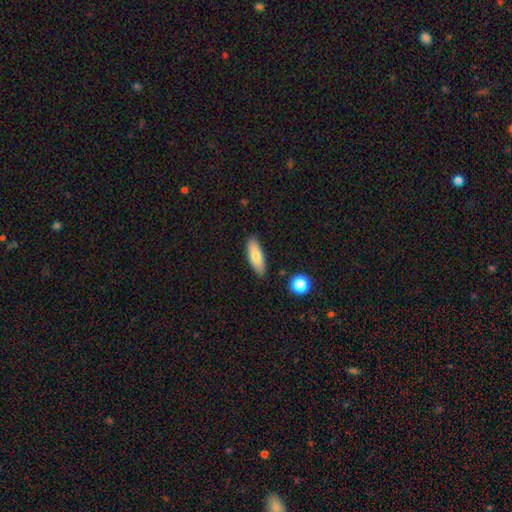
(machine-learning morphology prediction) type=smooth (78%); roundness=in between (61%); merging=none (85%).